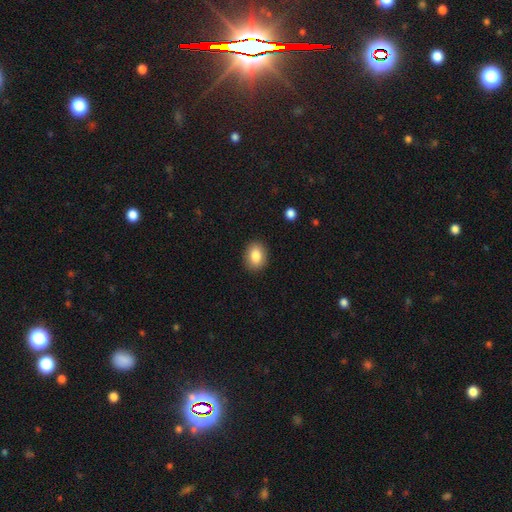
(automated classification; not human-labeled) smooth-or-featured: smooth: 84% | star or artifact: 8% | featured or disk: 7%
  how-rounded: in between: 58% | round: 41% | cigar-shaped: 1%
  merging: none: 89% | minor disturbance: 8% | major disturbance: 2% | merger: 1%